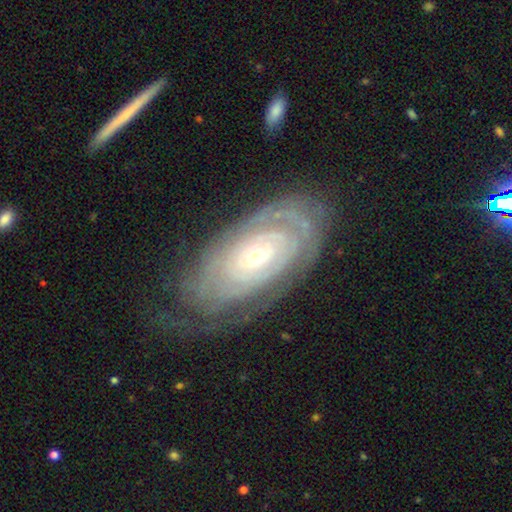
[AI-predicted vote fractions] Smooth or featured? featured or disk (81%)
Edge-on disk? no (93%)
Bar? no (80%)
Spiral arms? yes (84%)
Spiral winding? tight (83%)
Spiral arm count? can't tell (58%)
Bulge size? small (63%)
Merging? none (69%)